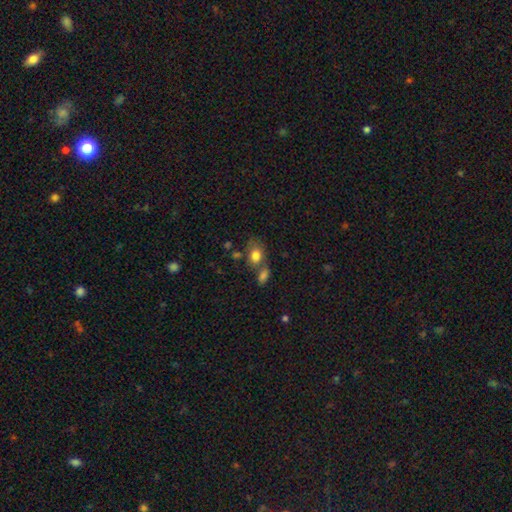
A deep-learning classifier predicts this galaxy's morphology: Q: Smooth or featured?
A: smooth (79%); runner-up: featured or disk (12%)
Q: How rounded?
A: in between (73%); runner-up: round (25%)
Q: Merging?
A: none (43%); runner-up: merger (35%)